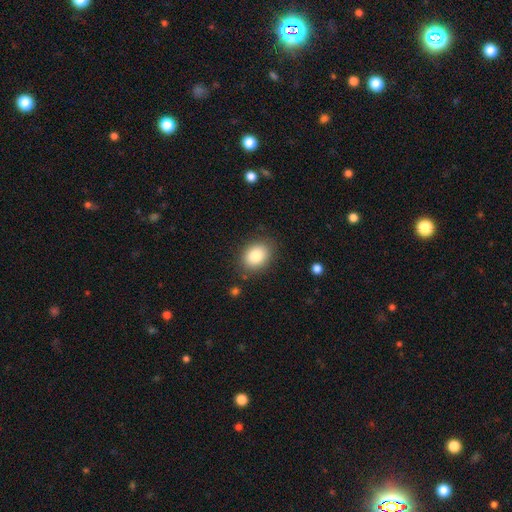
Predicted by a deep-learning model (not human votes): The model was most divided on "how rounded": in between: 60%, round: 39%, cigar-shaped: 1%. More confident: smooth or featured — smooth (85%); merging — none (83%).